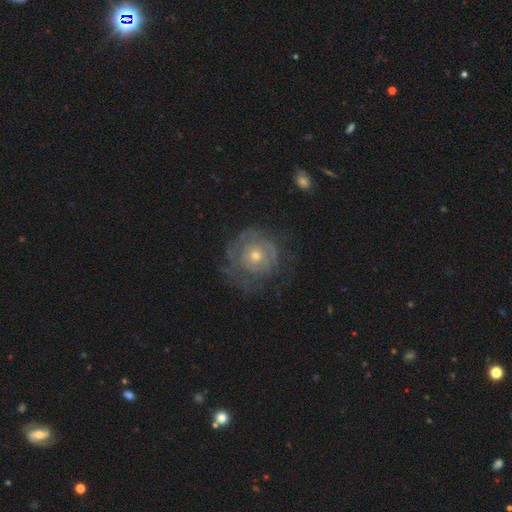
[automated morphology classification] type=featured or disk (66%); edge-on=no (97%); bar=no (86%); spiral arms=yes (66%); bulge=small (48%, tied with moderate); merging=none (63%).